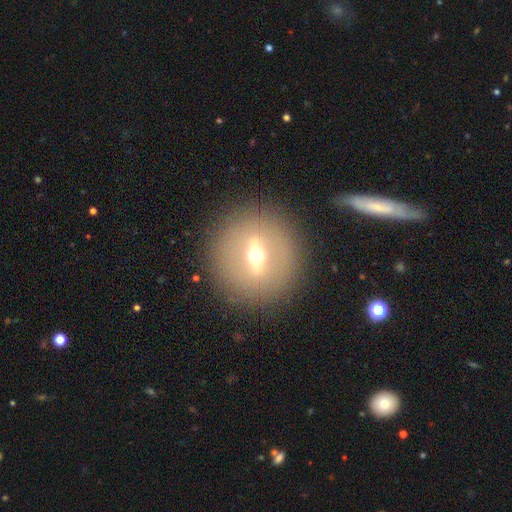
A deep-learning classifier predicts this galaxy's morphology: Smooth or featured? Predicted: featured or disk (p=0.65). Edge-on disk? Predicted: no (p=0.56). Merging? Predicted: none (p=0.88).